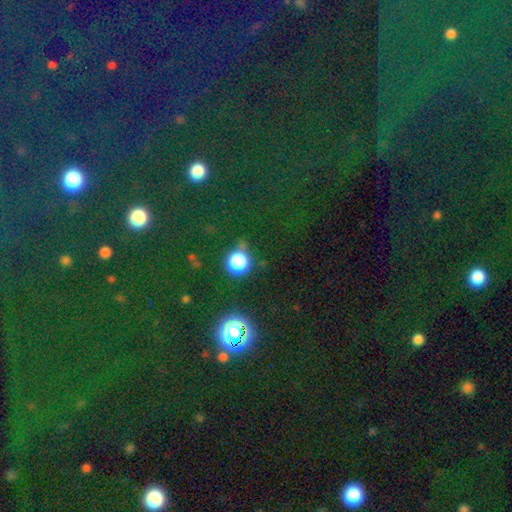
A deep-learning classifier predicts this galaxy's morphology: A star or artifact, not a galaxy (75%).

Vote fractions:
- Smooth or featured? star or artifact: 75% / smooth: 18% / featured or disk: 8%